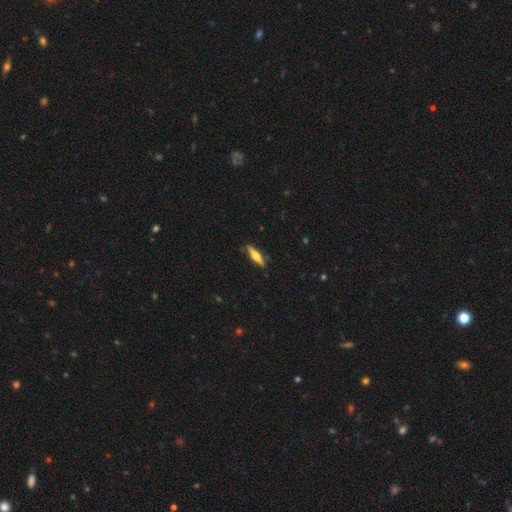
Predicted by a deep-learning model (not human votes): This is possibly a featured or disk galaxy (52%). It is clearly viewed edge-on (94%). Merging: clearly none (85%).